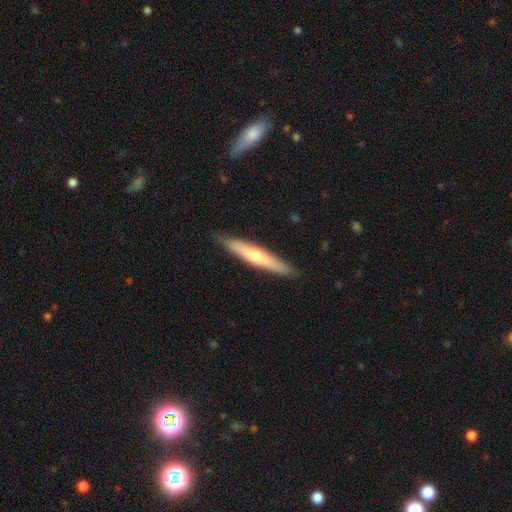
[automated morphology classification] smooth-or-featured: smooth: 52% | featured or disk: 43% | star or artifact: 5%
  how-rounded: cigar-shaped: 90% | in between: 9% | round: 1%
  merging: none: 88% | minor disturbance: 9% | major disturbance: 2% | merger: 1%